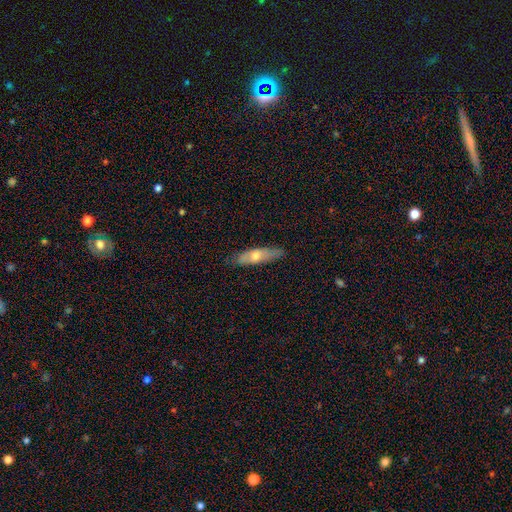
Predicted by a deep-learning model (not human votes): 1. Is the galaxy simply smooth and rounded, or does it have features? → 55% smooth, 39% featured or disk, 6% star or artifact.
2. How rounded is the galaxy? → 64% cigar-shaped, 34% in between, 2% round.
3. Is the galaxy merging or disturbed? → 82% none, 15% minor disturbance, 3% major disturbance, 1% merger.